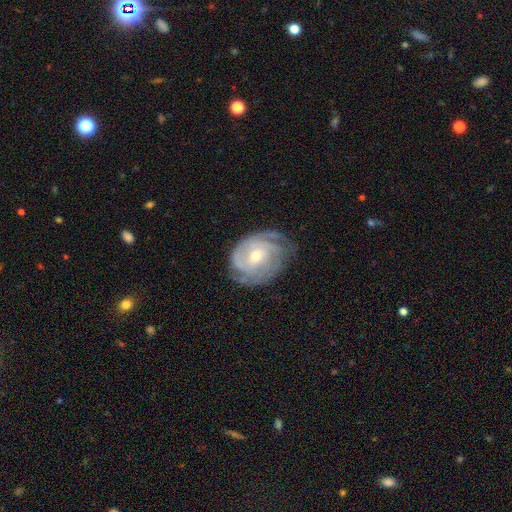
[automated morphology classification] smooth_or_featured: featured or disk (p=0.83) [alt: smooth p=0.12]
disk_edge_on: no (p=0.97) [alt: yes p=0.03]
bar: no (p=0.61) [alt: weak p=0.32]
has_spiral_arms: yes (p=0.94) [alt: no p=0.06]
spiral_winding: tight (p=0.67) [alt: medium p=0.27]
spiral_arm_count: can't tell (p=0.31) [alt: 3 p=0.25]
bulge_size: moderate (p=0.55) [alt: small p=0.40]
merging: none (p=0.71) [alt: minor disturbance p=0.21]